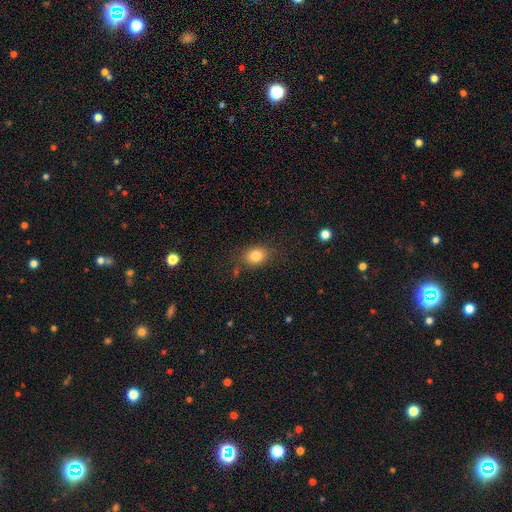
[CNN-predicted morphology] type=smooth (81%); roundness=in between (56%); merging=none (79%).